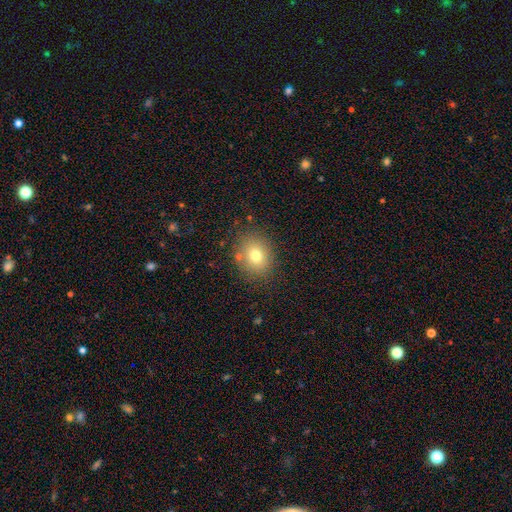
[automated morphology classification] A smooth galaxy with no disk features (74%) that is round (58%).

Vote fractions:
- Smooth or featured? smooth: 74% / star or artifact: 13% / featured or disk: 13%
- How rounded? round: 58% / in between: 41% / cigar-shaped: 1%
- Merging? none: 82% / minor disturbance: 11% / major disturbance: 4% / merger: 3%